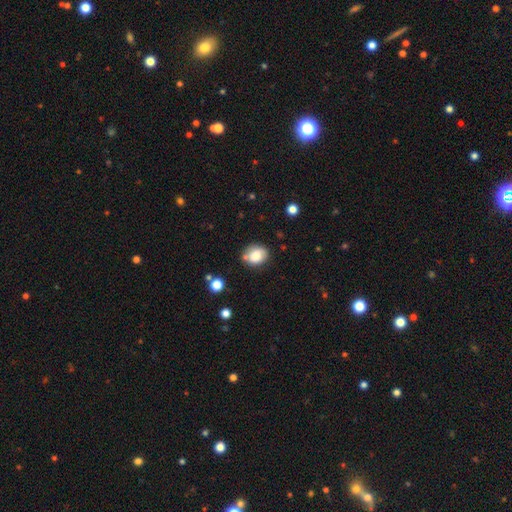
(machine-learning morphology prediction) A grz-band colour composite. It shows a smooth galaxy with no disk features (81%) that is round (61%). Merging: none (67%).